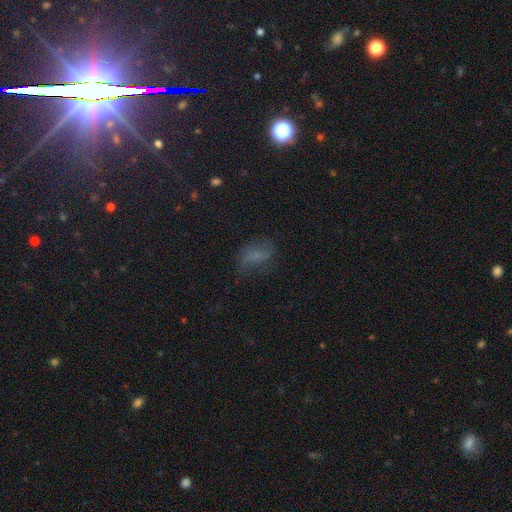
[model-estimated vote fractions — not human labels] Smooth or featured? smooth (54%)
How rounded? in between (82%)
Merging? none (55%)